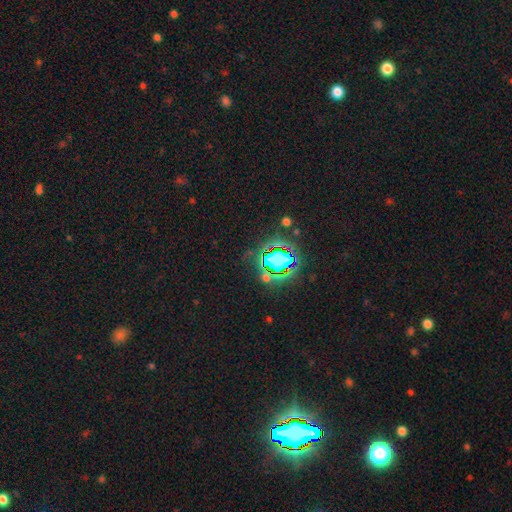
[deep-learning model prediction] A star or artifact, not a galaxy (82%).